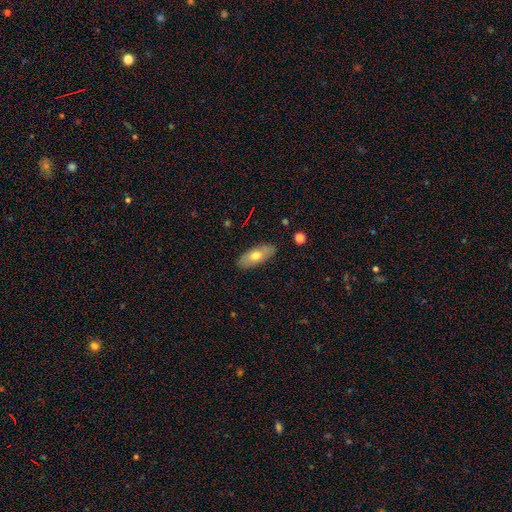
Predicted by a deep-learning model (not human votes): smooth-or-featured: smooth: 61% | featured or disk: 32% | star or artifact: 7%
  how-rounded: in between: 84% | cigar-shaped: 13% | round: 3%
  merging: none: 87% | minor disturbance: 10% | major disturbance: 2% | merger: 1%